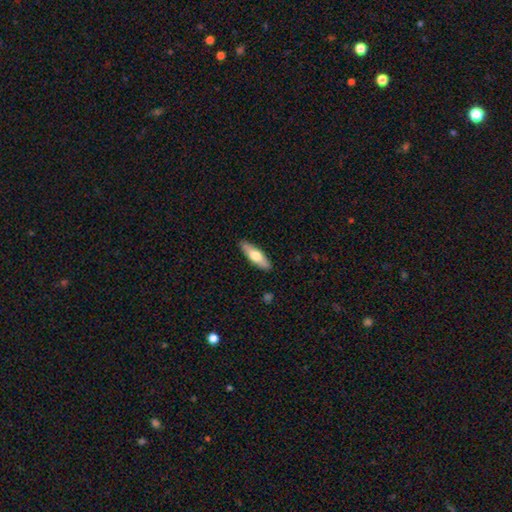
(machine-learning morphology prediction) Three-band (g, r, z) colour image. It shows a smooth galaxy with no disk features (61%) that is cigar-shaped (51%). Merging: none (89%).